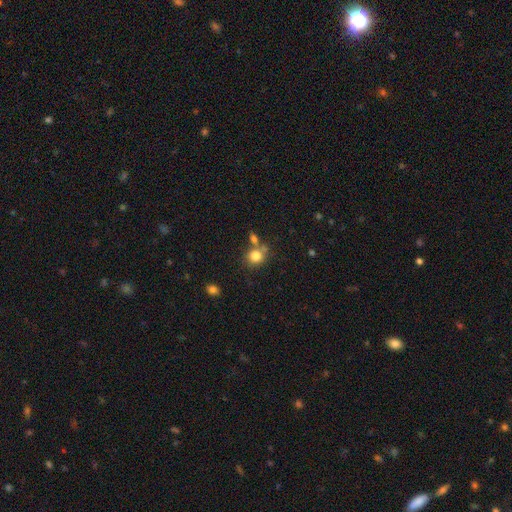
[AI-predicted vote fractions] This is clearly a smooth galaxy (81%). How rounded: likely round (77%). Merging: possibly none (60%).